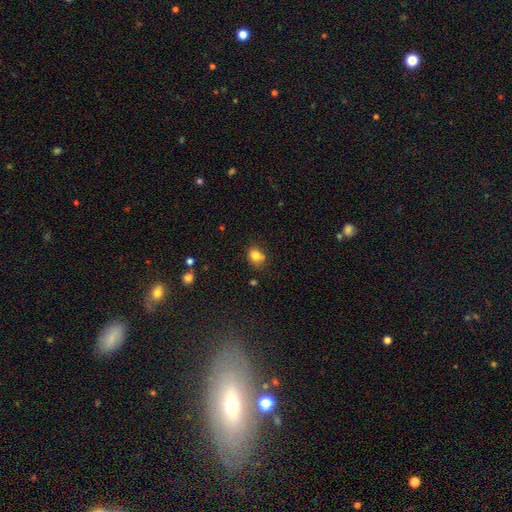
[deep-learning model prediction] smooth 81%, star or artifact 11%, featured or disk 8%. Down the decision tree: how rounded — round (56%); merging — none (67%).